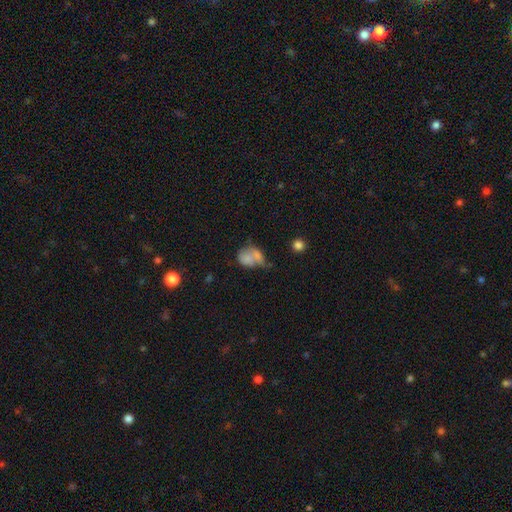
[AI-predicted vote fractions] The model was most divided on "how rounded": in between: 54%, round: 44%, cigar-shaped: 2%. Remaining: smooth or featured — smooth (61%); merging — merger (43%).